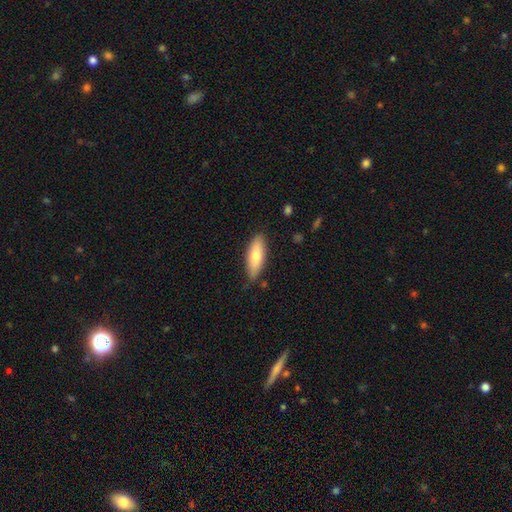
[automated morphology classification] This appears to be a smooth galaxy with no disk features (73%) that is in between round and cigar-shaped (64%). Merging: none (77%).